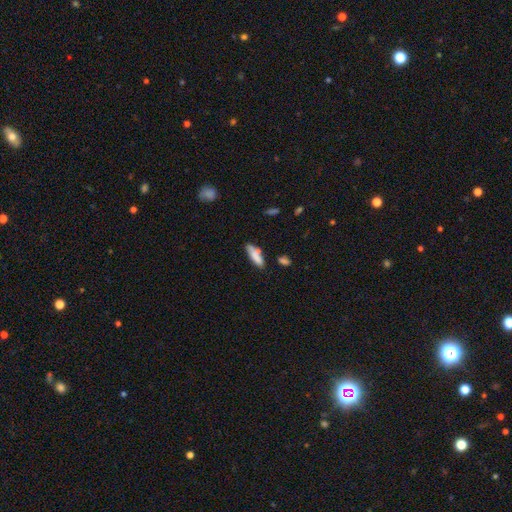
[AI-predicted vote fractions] Smooth or featured? smooth (77%)
How rounded? cigar-shaped (55%)
Merging? none (57%)